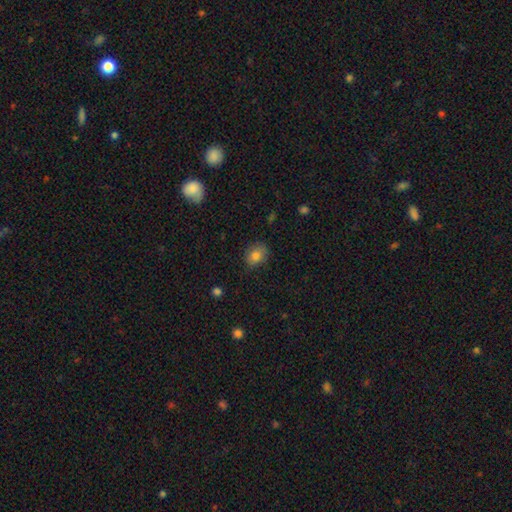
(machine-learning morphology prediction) This appears to be a smooth galaxy with no disk features (81%) that is in between round and cigar-shaped (54%). Merging: none (76%).